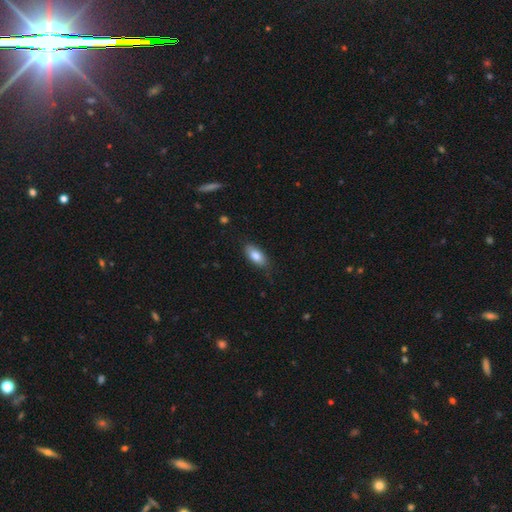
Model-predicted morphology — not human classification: Smooth or featured? smooth (82%)
How rounded? in between (88%)
Merging? none (77%)